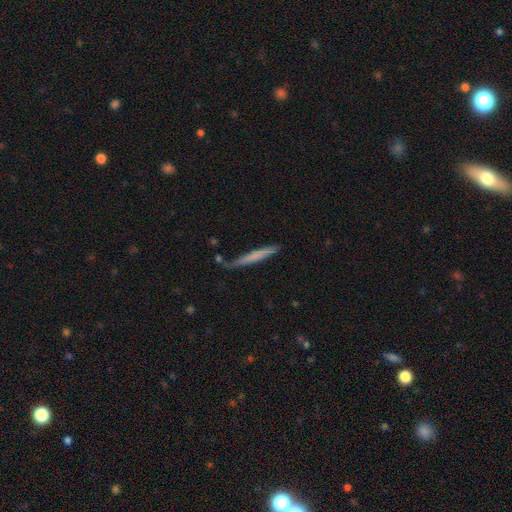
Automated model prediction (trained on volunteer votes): Q: Smooth or featured?
A: smooth (62%); runner-up: featured or disk (32%)
Q: How rounded?
A: cigar-shaped (96%); runner-up: in between (3%)
Q: Merging?
A: none (75%); runner-up: minor disturbance (18%)